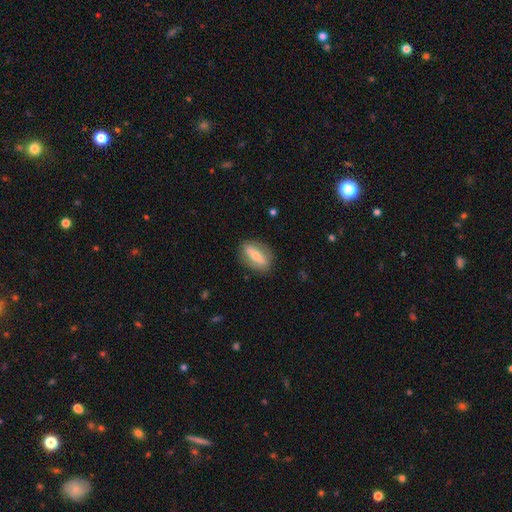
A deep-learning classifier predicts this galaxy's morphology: Overall: smooth (47%; featured or disk 46%). Merging: none (84%).